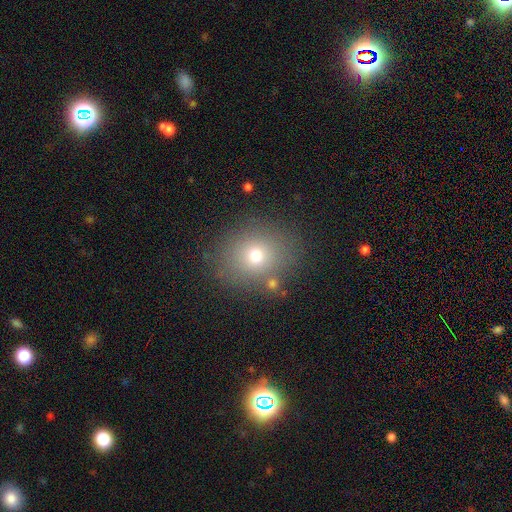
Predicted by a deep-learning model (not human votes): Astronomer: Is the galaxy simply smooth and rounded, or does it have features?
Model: smooth — 69%.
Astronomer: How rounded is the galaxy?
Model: round — 70%.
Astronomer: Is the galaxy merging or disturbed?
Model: none — 81%.